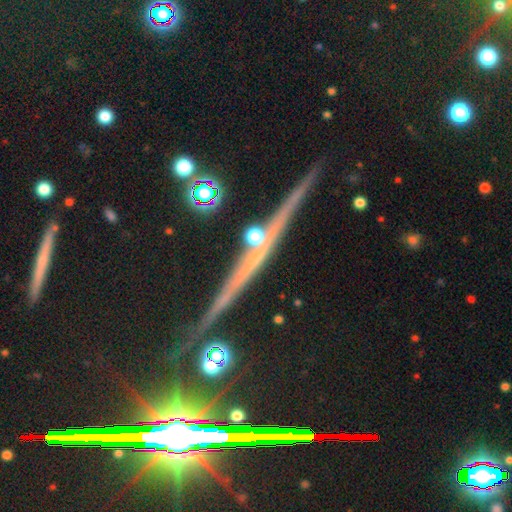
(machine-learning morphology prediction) A featured or disk galaxy (63%) viewed edge-on (97%) with no central bulge (50%).

Vote fractions:
- Smooth or featured? featured or disk: 63% / star or artifact: 23% / smooth: 15%
- Edge-on disk? yes: 97% / no: 3%
- Edge-on bulge? none: 50% / rounded: 41% / boxy: 10%
- Merging? none: 86% / minor disturbance: 8% / merger: 4% / major disturbance: 2%